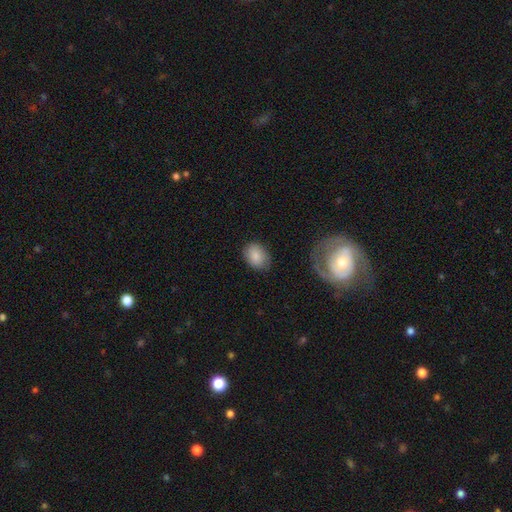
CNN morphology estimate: smooth-or-featured: smooth: 85% | featured or disk: 8% | star or artifact: 8%
  how-rounded: in between: 67% | round: 32% | cigar-shaped: 1%
  merging: none: 82% | minor disturbance: 13% | major disturbance: 3% | merger: 2%